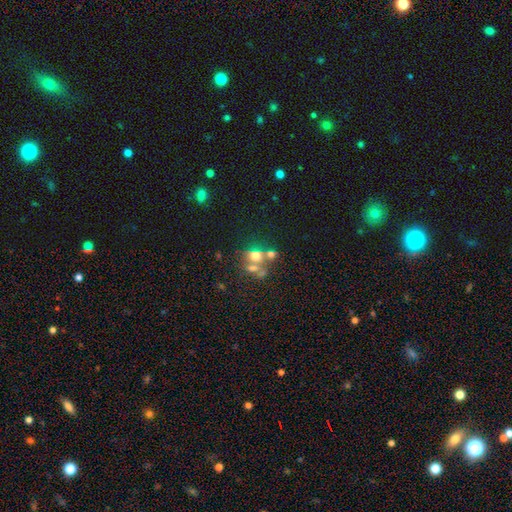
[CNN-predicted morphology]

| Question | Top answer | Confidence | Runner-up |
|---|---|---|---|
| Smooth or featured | smooth | 55% | featured or disk (25%) |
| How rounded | round | 63% | in between (35%) |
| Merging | merger | 45% | none (37%) |